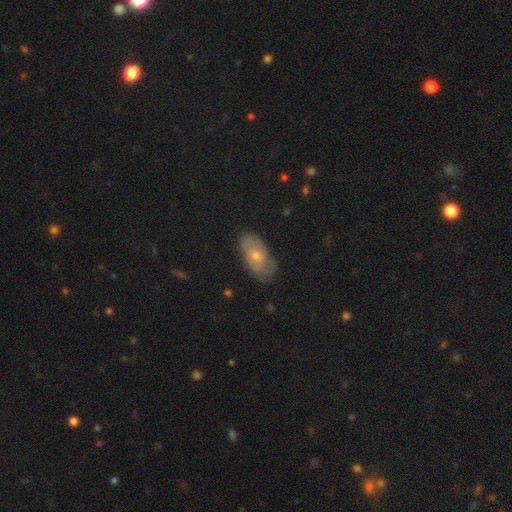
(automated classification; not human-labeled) smooth-or-featured: smooth: 46% | featured or disk: 45% | star or artifact: 9%
  merging: none: 73% | minor disturbance: 21% | major disturbance: 5% | merger: 1%